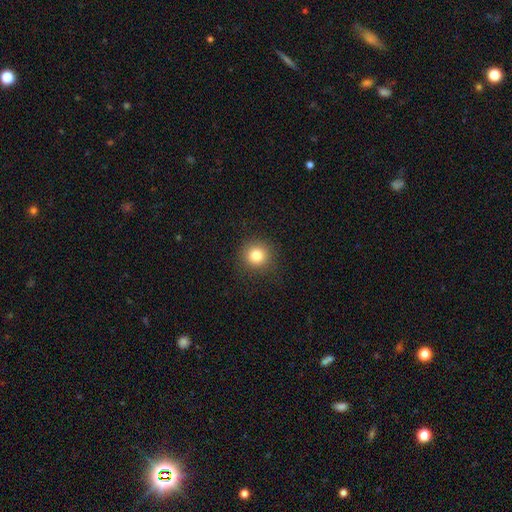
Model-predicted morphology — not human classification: Smooth or featured? smooth (82%)
How rounded? round (92%)
Merging? none (89%)